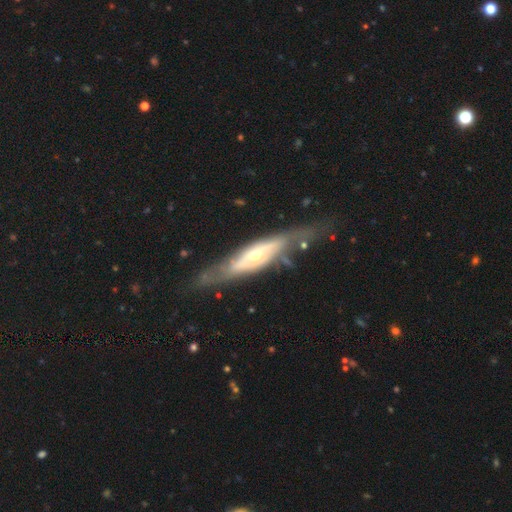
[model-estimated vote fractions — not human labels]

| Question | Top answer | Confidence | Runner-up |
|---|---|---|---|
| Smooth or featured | featured or disk | 73% | smooth (22%) |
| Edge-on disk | no | 55% | yes (45%) |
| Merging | none | 60% | minor disturbance (21%) |